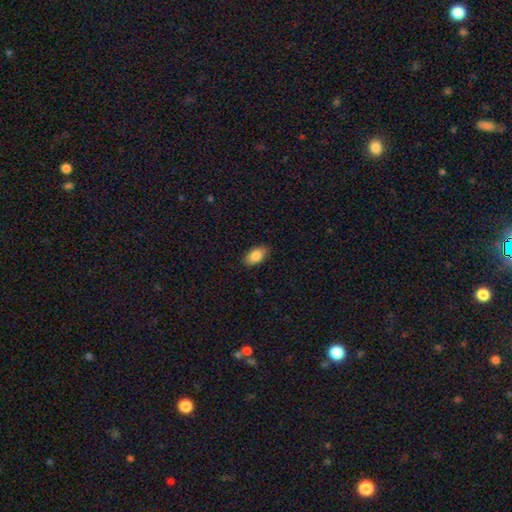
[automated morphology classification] This appears to be a smooth galaxy with no disk features (86%) that is in between round and cigar-shaped (93%). Merging: none (87%).